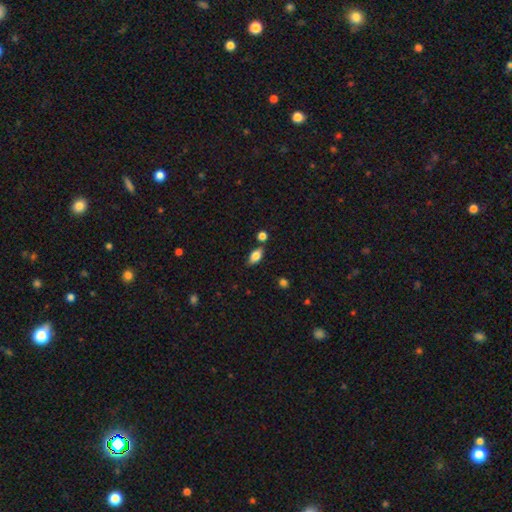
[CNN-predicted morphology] A smooth galaxy with no disk features (79%) that is in between round and cigar-shaped (88%). Merging: none (73%).